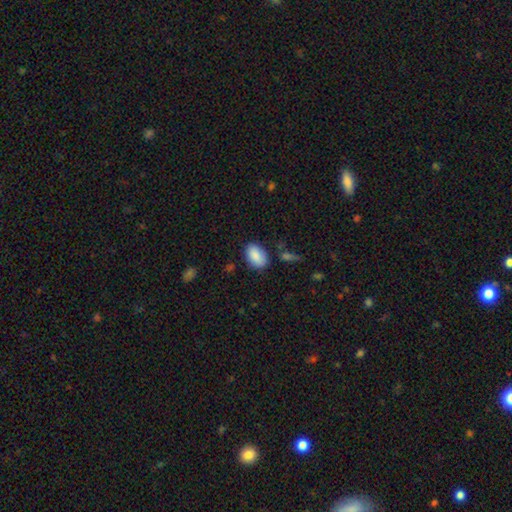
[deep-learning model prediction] smooth_or_featured: smooth (p=0.88) [alt: star or artifact p=0.07]
how_rounded: in between (p=0.90) [alt: round p=0.09]
merging: none (p=0.80) [alt: minor disturbance p=0.14]